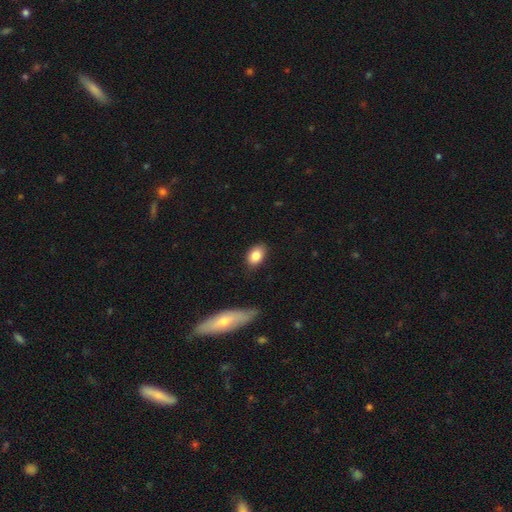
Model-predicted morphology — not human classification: A smooth galaxy with no disk features (84%) that is in between round and cigar-shaped (83%). Merging: none (80%).